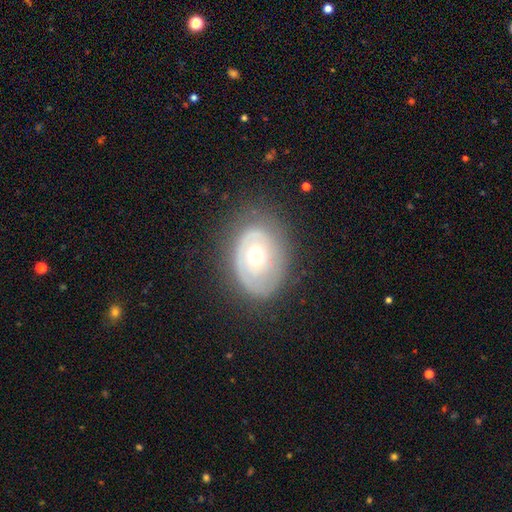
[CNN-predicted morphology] Smooth or featured?
  - featured or disk: 62% *
  - smooth: 31%
  - star or artifact: 7%
Edge-on disk?
  - no: 94% *
  - yes: 6%
Bar?
  - no: 84% *
  - weak: 12%
  - strong: 3%
Spiral arms?
  - no: 58% *
  - yes: 42%
Bulge size?
  - moderate: 74% *
  - small: 14%
  - large: 10%
  - dominant: 1%
  - none: 1%
Merging?
  - none: 71% *
  - minor disturbance: 20%
  - major disturbance: 8%
  - merger: 1%